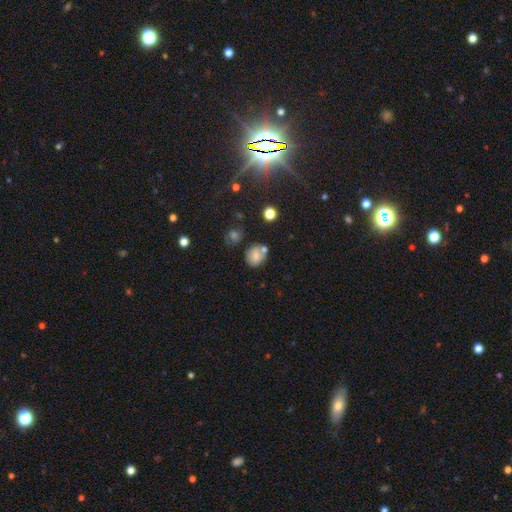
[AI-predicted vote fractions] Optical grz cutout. It shows a smooth galaxy with no disk features (72%) that is round (66%). Merging: none (56%).